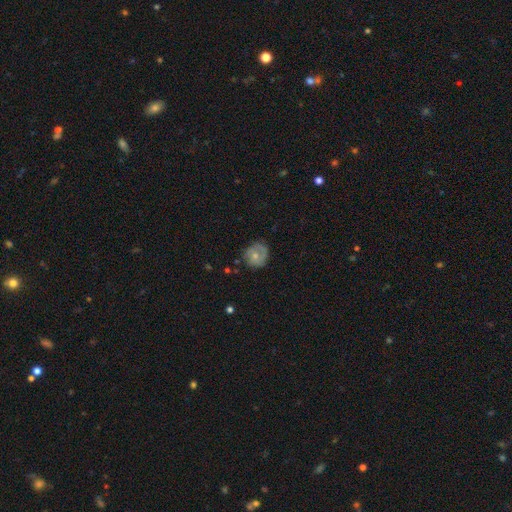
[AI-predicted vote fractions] A smooth galaxy with no disk features (47%). Merging: none (68%).